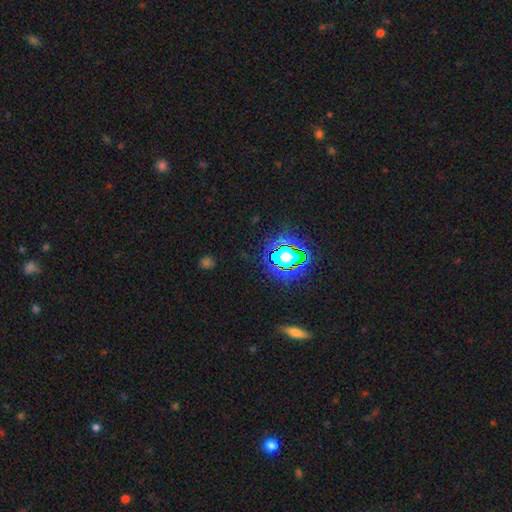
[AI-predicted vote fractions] Smooth or featured? star or artifact (78%)